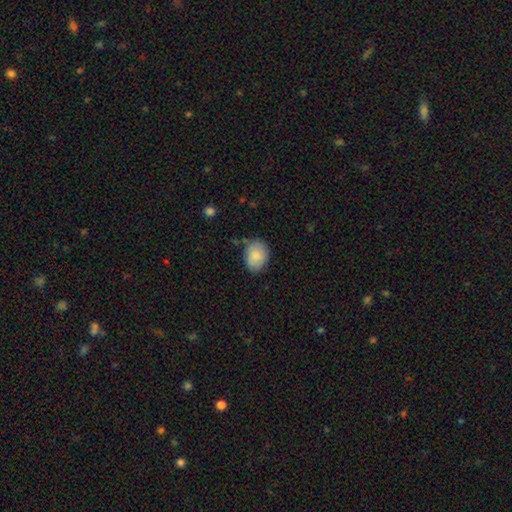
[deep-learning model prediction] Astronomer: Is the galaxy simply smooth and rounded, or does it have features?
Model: smooth — 85%.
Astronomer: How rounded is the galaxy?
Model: in between — 65%.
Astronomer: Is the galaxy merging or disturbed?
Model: none — 73%.